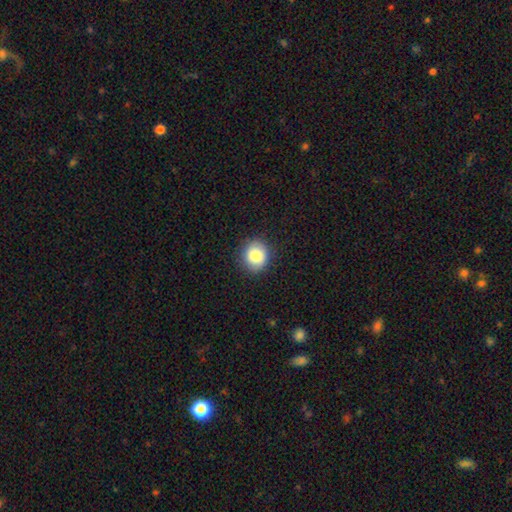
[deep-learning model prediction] Morphology: type=smooth (83%); roundness=round (78%); merging=none (88%).